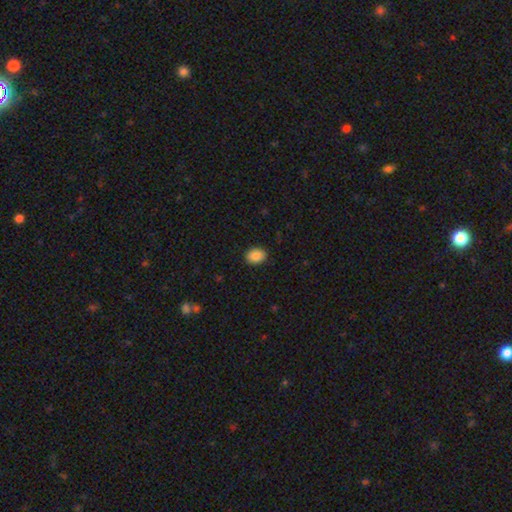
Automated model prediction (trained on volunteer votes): Smooth or featured? Predicted: smooth (p=0.88). How rounded? Predicted: in between (p=0.66). Merging? Predicted: none (p=0.90).